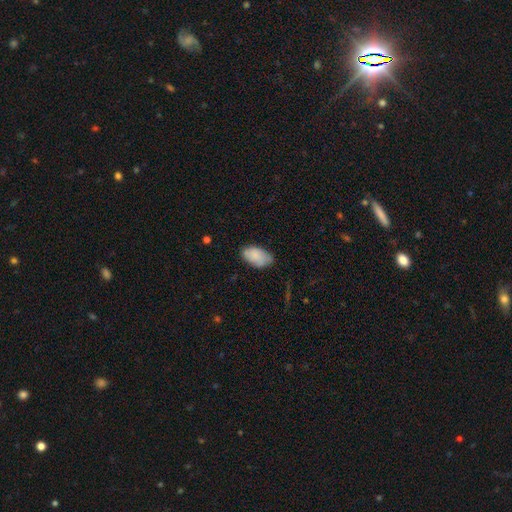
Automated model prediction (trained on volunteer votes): Q: Smooth or featured?
A: smooth (83%); runner-up: featured or disk (10%)
Q: How rounded?
A: in between (94%); runner-up: round (4%)
Q: Merging?
A: none (67%); runner-up: minor disturbance (26%)